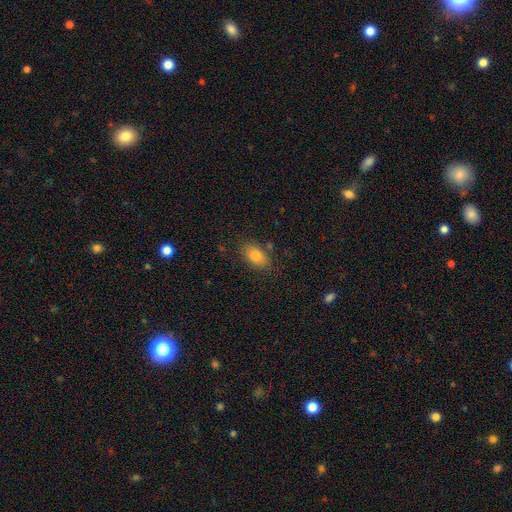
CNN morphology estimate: Smooth or featured? Predicted: smooth (p=0.80). How rounded? Predicted: in between (p=0.87). Merging? Predicted: none (p=0.80).